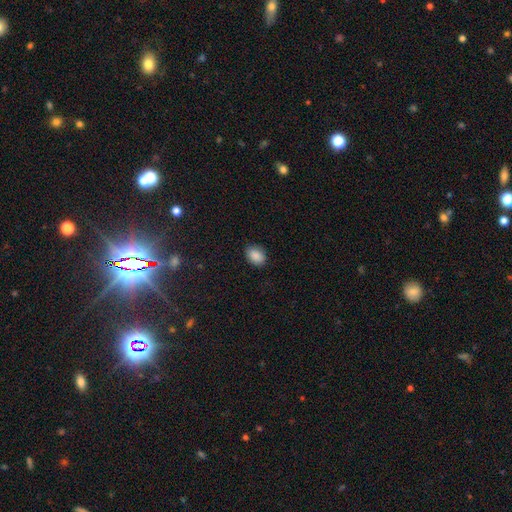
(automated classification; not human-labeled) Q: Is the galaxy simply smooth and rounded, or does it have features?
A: smooth — 89%.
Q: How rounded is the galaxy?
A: in between — 81%.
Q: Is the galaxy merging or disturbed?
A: none — 86%.